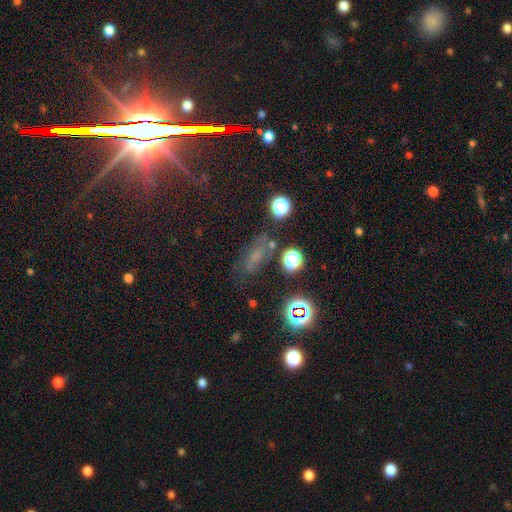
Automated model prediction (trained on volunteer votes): smooth-or-featured: smooth: 47% | star or artifact: 34% | featured or disk: 19%
  merging: none: 65% | minor disturbance: 19% | major disturbance: 10% | merger: 6%